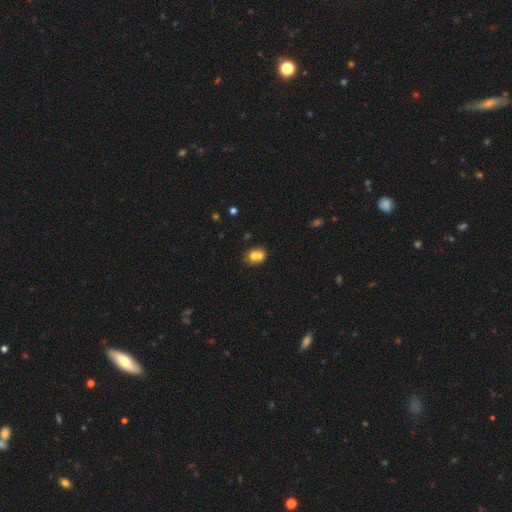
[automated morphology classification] Smooth or featured? Predicted: smooth (p=0.66). How rounded? Predicted: round (p=0.59). Merging? Predicted: merger (p=0.59).